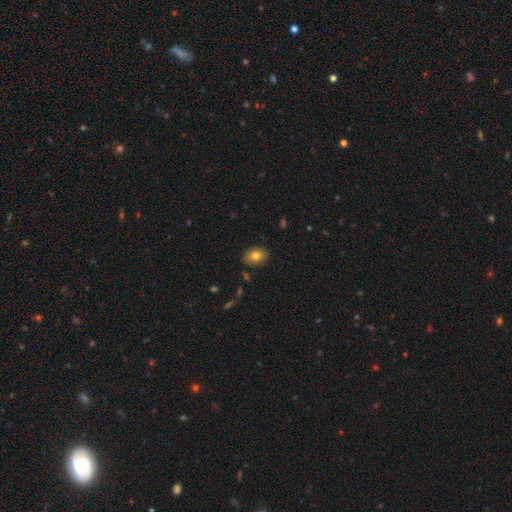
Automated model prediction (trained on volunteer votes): This is likely a smooth galaxy (78%). How rounded: likely in between (69%). Merging: clearly none (86%).